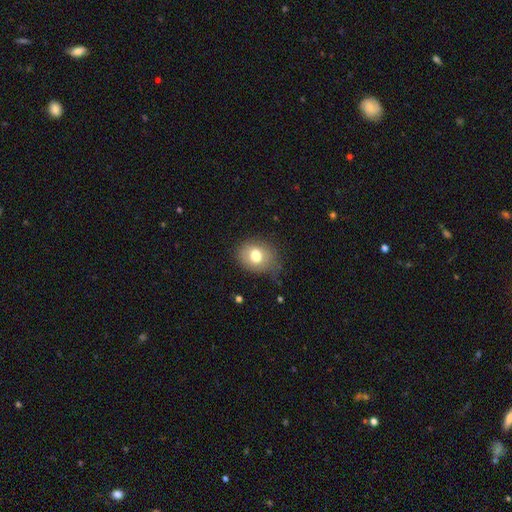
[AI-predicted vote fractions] A smooth galaxy with no disk features (76%) that is round (55%). Merging: none (65%).